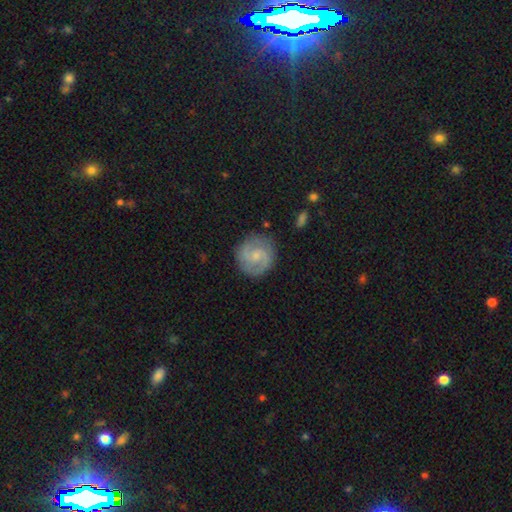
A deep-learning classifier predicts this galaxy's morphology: This is likely a featured or disk galaxy (76%). It is clearly not viewed edge-on (98%). Bar: possibly no (47%). Spiral arm pattern: clearly yes (95%). Spiral arm count: clearly 2 (85%). Spiral winding: possibly medium (49%). Central bulge: likely small (62%). Merging: clearly none (82%).